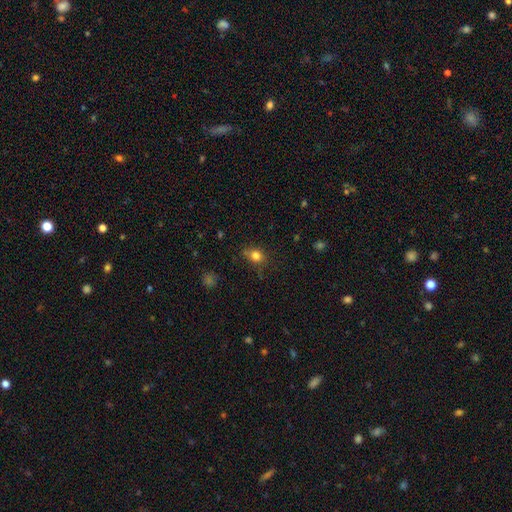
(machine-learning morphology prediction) Q: Smooth or featured?
A: smooth (81%); runner-up: star or artifact (13%)
Q: How rounded?
A: round (59%); runner-up: in between (39%)
Q: Merging?
A: none (72%); runner-up: minor disturbance (20%)